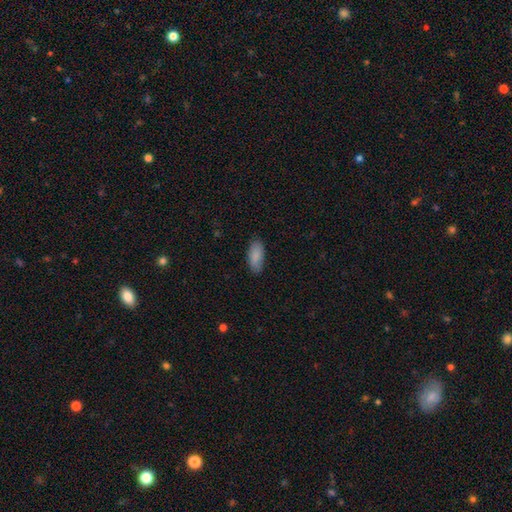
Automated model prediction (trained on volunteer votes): Smooth or featured? Predicted: smooth (p=0.88). How rounded? Predicted: in between (p=0.87). Merging? Predicted: none (p=0.85).